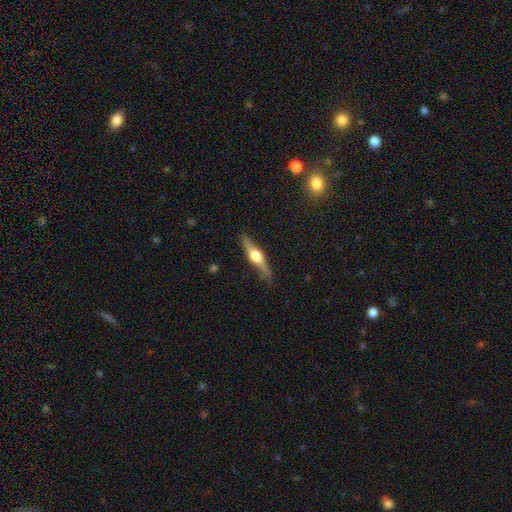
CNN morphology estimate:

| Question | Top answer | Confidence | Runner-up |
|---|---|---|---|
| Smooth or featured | featured or disk | 68% | smooth (27%) |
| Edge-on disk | yes | 96% | no (4%) |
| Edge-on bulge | rounded | 94% | boxy (4%) |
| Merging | none | 84% | minor disturbance (13%) |